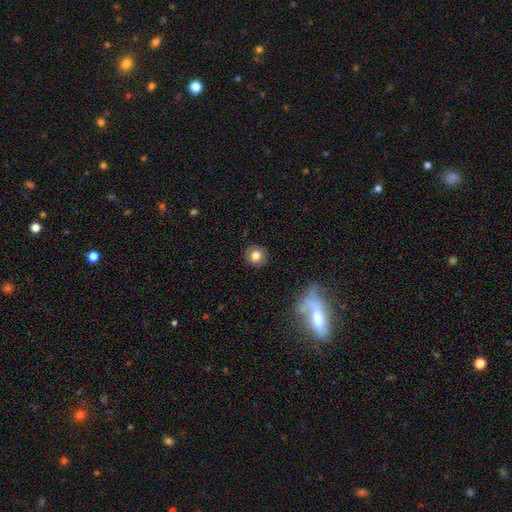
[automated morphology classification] Q: Smooth or featured?
A: smooth (81%); runner-up: star or artifact (10%)
Q: How rounded?
A: round (91%); runner-up: in between (8%)
Q: Merging?
A: none (91%); runner-up: minor disturbance (6%)